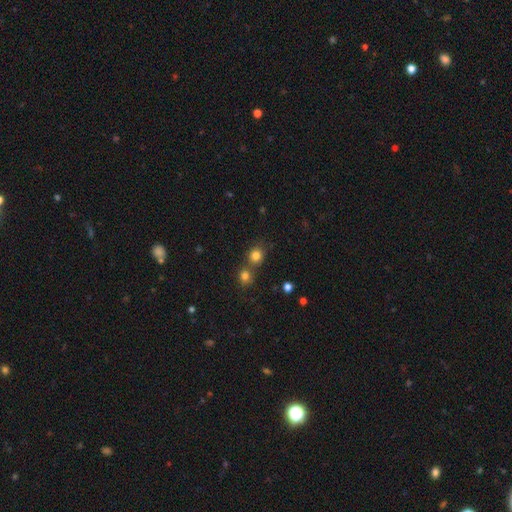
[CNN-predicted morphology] This appears to be a smooth galaxy with no disk features (80%) that is round (82%). Merging: none (59%).